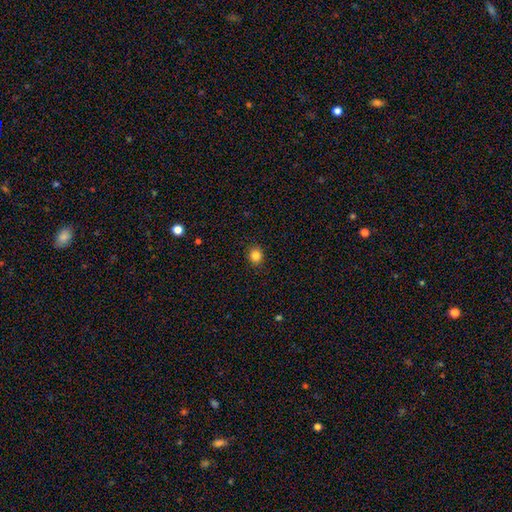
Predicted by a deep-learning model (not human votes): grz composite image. It shows a smooth galaxy with no disk features (84%) that is round (78%). Merging: none (90%).